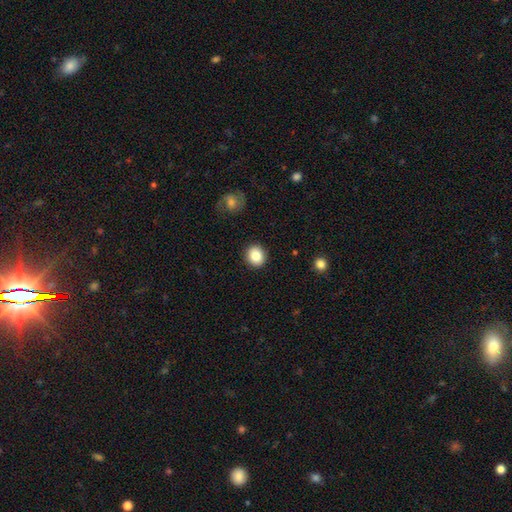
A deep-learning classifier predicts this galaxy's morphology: smooth-or-featured: smooth: 85% | star or artifact: 9% | featured or disk: 7%
  how-rounded: round: 81% | in between: 18% | cigar-shaped: 1%
  merging: none: 91% | minor disturbance: 6% | major disturbance: 2% | merger: 1%